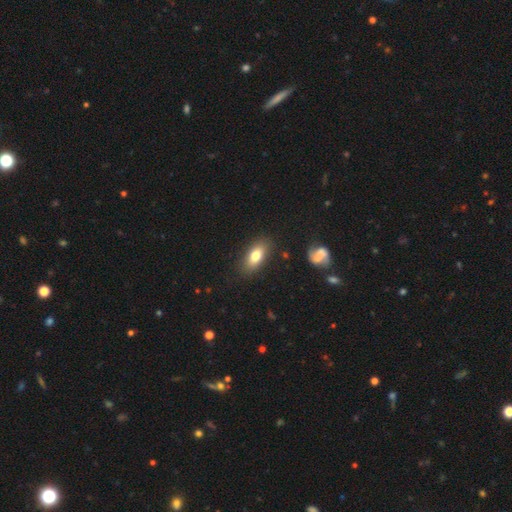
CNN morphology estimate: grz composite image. It shows a smooth galaxy with no disk features (76%) that is in between round and cigar-shaped (84%). Merging: none (84%).